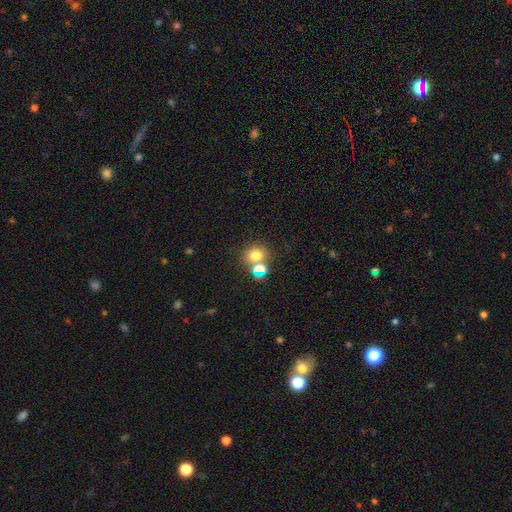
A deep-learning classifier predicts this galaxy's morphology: Smooth or featured? smooth (74%)
How rounded? round (73%)
Merging? none (55%)